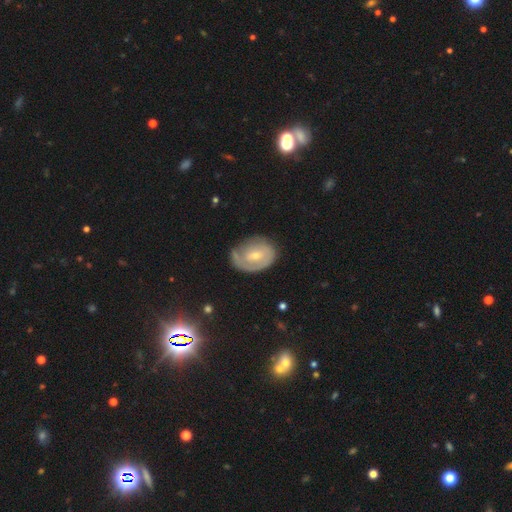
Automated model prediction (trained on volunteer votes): Smooth or featured? featured or disk (62%)
Edge-on disk? no (96%)
Bar? no (57%)
Spiral arms? yes (71%)
Bulge size? small (58%)
Merging? none (57%)